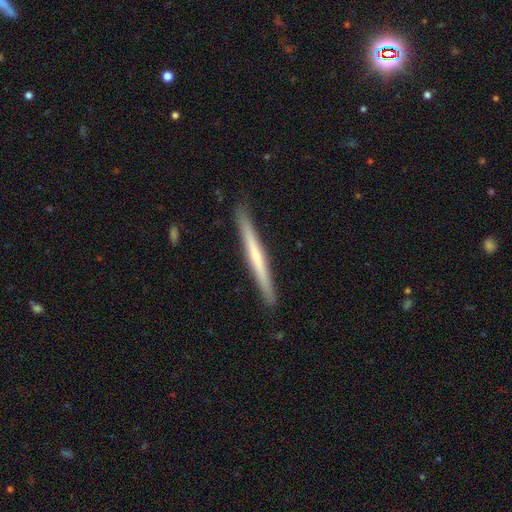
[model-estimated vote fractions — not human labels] smooth_or_featured: featured or disk (p=0.57) [alt: smooth p=0.37]
disk_edge_on: yes (p=0.97) [alt: no p=0.03]
edge_on_bulge: none (p=0.61) [alt: rounded p=0.34]
merging: none (p=0.91) [alt: minor disturbance p=0.06]